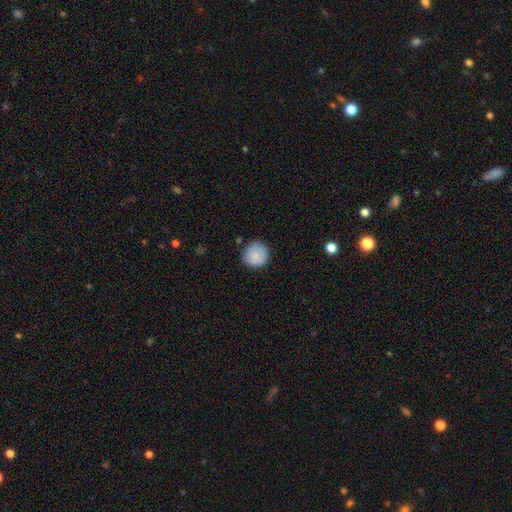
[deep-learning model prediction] smooth-or-featured: smooth: 86% | star or artifact: 7% | featured or disk: 6%
  how-rounded: round: 93% | in between: 6% | cigar-shaped: 1%
  merging: none: 83% | minor disturbance: 13% | major disturbance: 3% | merger: 2%